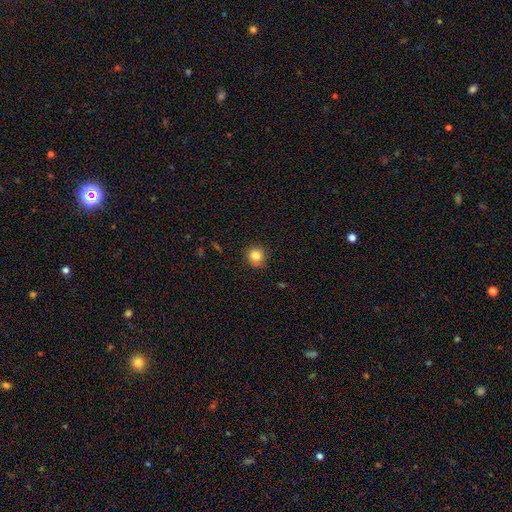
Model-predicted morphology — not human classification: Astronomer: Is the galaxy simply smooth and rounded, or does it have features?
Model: smooth — 83%.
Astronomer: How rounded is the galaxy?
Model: round — 91%.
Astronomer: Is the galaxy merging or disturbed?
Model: none — 88%.